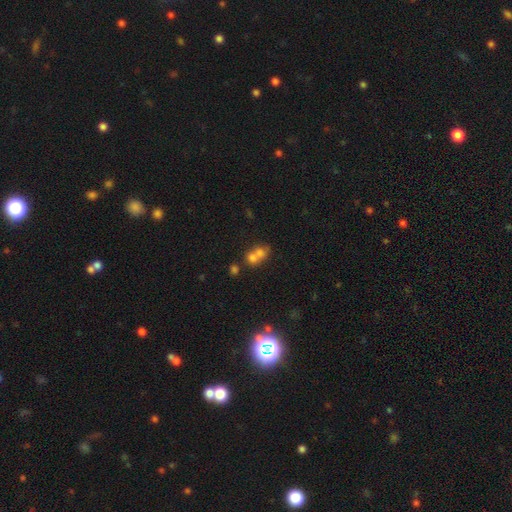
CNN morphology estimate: smooth 66%, featured or disk 19%, star or artifact 14%. Down the decision tree: how rounded — round (68%); merging — merger (65%).